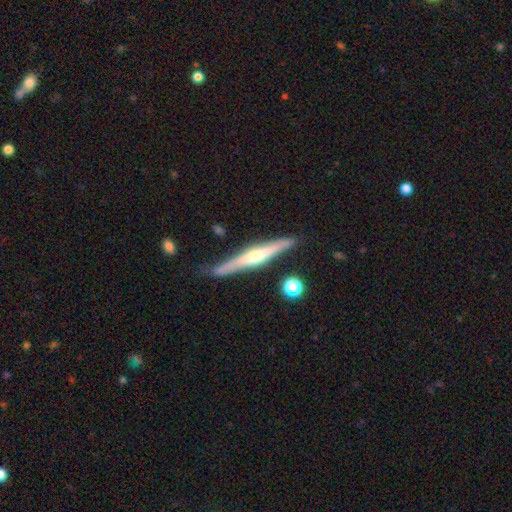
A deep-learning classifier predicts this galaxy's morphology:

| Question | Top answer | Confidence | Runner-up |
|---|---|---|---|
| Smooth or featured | featured or disk | 70% | smooth (24%) |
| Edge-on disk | yes | 96% | no (4%) |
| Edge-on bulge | rounded | 75% | none (13%) |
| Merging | none | 81% | minor disturbance (14%) |